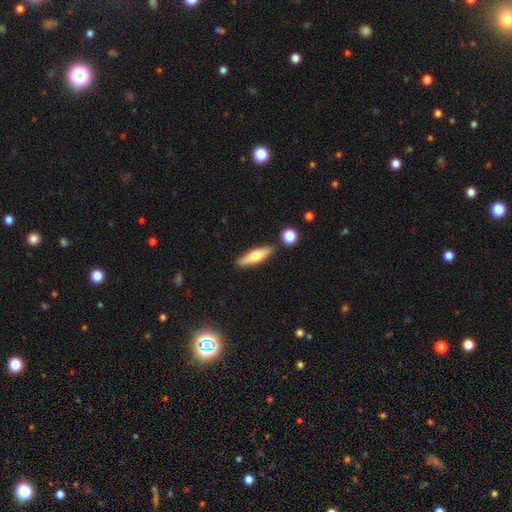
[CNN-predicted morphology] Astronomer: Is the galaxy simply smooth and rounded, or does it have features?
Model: smooth — 60%.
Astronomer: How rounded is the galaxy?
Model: cigar-shaped — 61% (runner-up: in between, 36%).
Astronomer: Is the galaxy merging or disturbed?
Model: none — 85%.